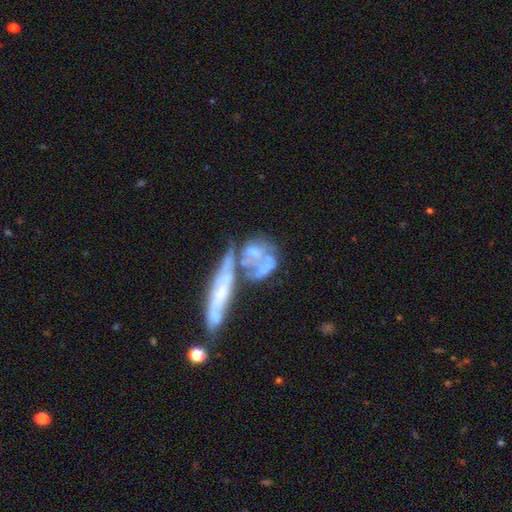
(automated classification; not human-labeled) Q: Smooth or featured?
A: featured or disk (56%); runner-up: smooth (33%)
Q: Edge-on disk?
A: no (87%); runner-up: yes (13%)
Q: Merging?
A: merger (52%); runner-up: none (19%)